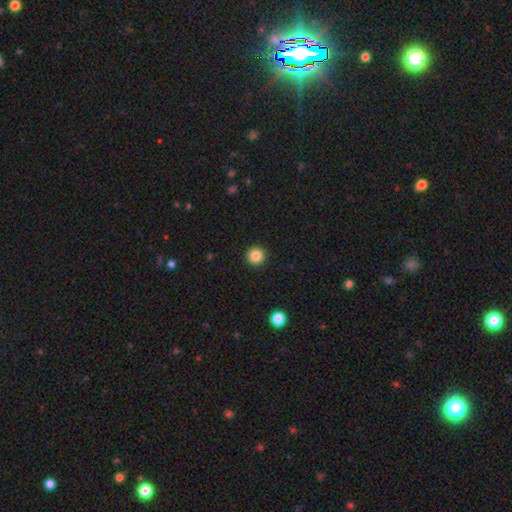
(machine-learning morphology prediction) Smooth or featured?
  - smooth: 86% *
  - star or artifact: 11%
  - featured or disk: 4%
How rounded?
  - round: 96% *
  - in between: 3%
  - cigar-shaped: 1%
Merging?
  - none: 93% *
  - minor disturbance: 4%
  - major disturbance: 2%
  - merger: 1%